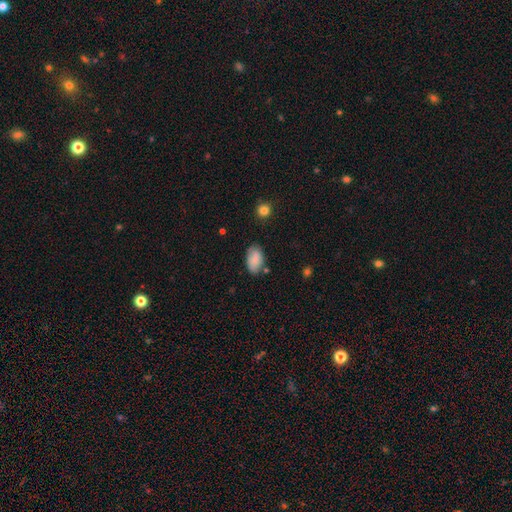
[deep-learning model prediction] The model was most divided on "merging": none: 74%, minor disturbance: 18%, merger: 4%, major disturbance: 4%. More confident: how rounded — in between (93%); smooth or featured — smooth (85%).